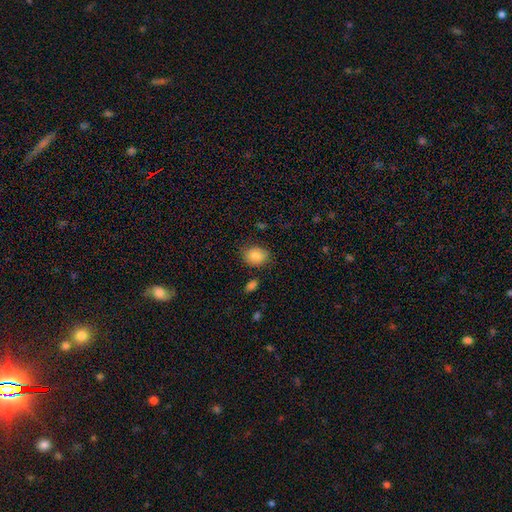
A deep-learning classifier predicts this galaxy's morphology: The model was most divided on "how rounded": in between: 60%, round: 39%, cigar-shaped: 1%. More confident: smooth or featured — smooth (85%); merging — none (76%).